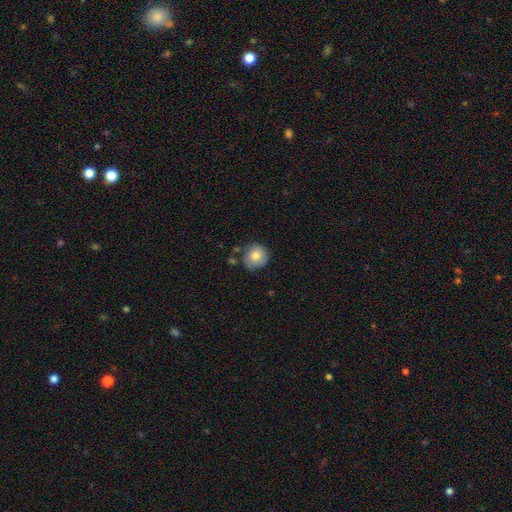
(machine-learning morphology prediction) The model was most divided on "merging": none: 75%, minor disturbance: 17%, merger: 5%, major disturbance: 4%. More confident: how rounded — round (91%); smooth or featured — smooth (78%).